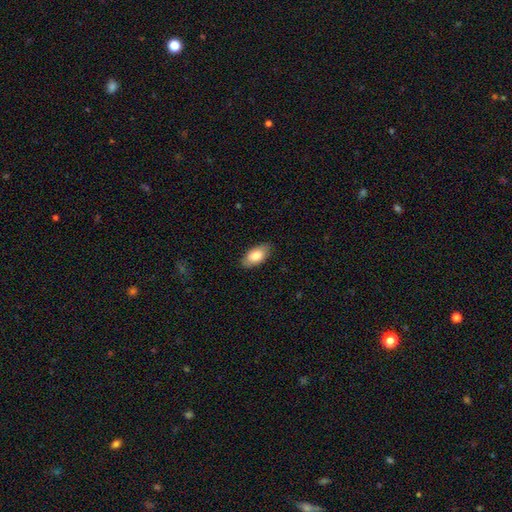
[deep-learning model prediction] smooth-or-featured: smooth: 80% | featured or disk: 14% | star or artifact: 6%
  how-rounded: in between: 93% | round: 4% | cigar-shaped: 3%
  merging: none: 84% | minor disturbance: 12% | major disturbance: 3% | merger: 1%